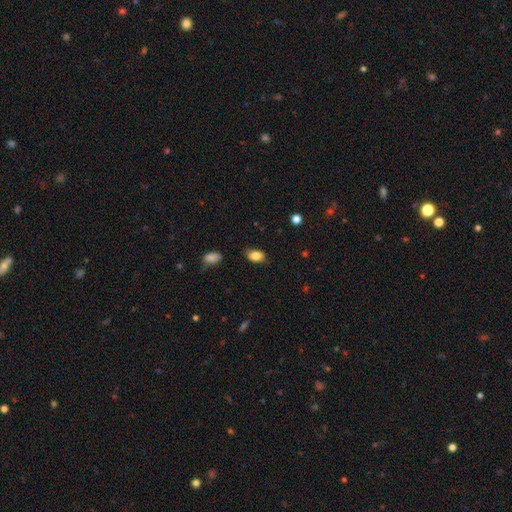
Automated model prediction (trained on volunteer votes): Smooth or featured: smooth — 84% (star or artifact — 8%)
How rounded: in between — 87% (round — 11%)
Merging: none — 76% (minor disturbance — 19%)